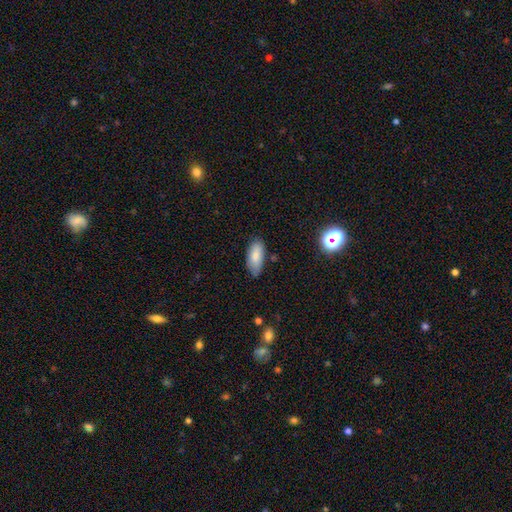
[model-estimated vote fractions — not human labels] Morphology: type=smooth (83%); roundness=in between (87%); merging=none (74%).